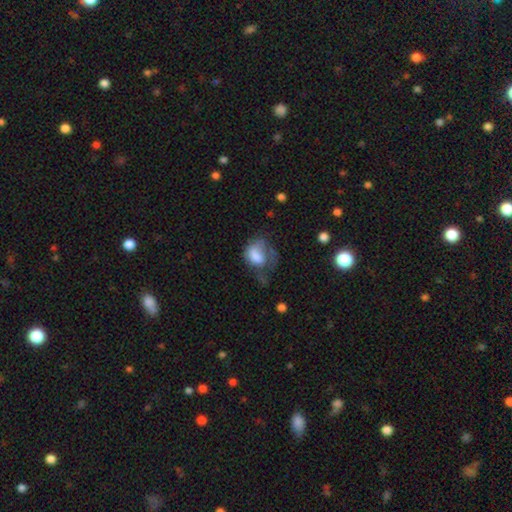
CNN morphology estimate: smooth_or_featured: smooth (p=0.61) [alt: featured or disk p=0.30]
how_rounded: in between (p=0.68) [alt: round p=0.30]
merging: major disturbance (p=0.54) [alt: minor disturbance p=0.22]